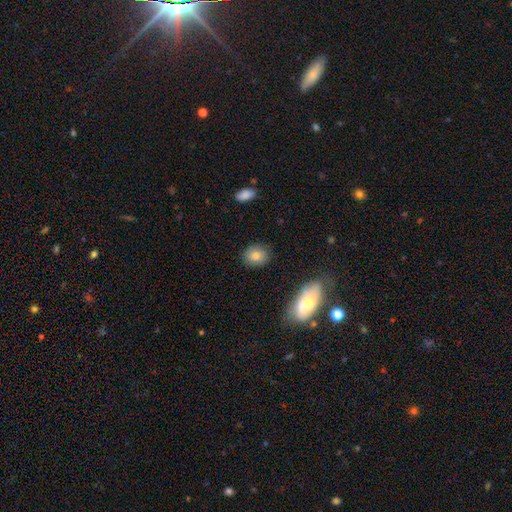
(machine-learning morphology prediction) Smooth or featured? Predicted: smooth (p=0.79). How rounded? Predicted: round (p=0.67). Merging? Predicted: none (p=0.85).